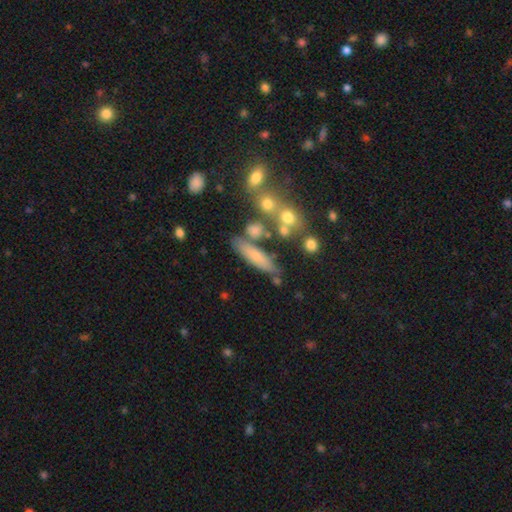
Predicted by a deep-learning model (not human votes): Morphology: type=smooth (60%); roundness=cigar-shaped (66%); merging=none (64%).